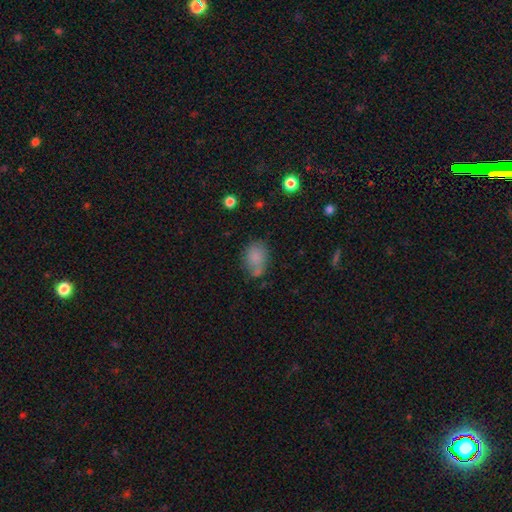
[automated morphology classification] A smooth galaxy with no disk features (81%) that is in between round and cigar-shaped (74%).

Vote fractions:
- Smooth or featured? smooth: 81% / star or artifact: 10% / featured or disk: 9%
- How rounded? in between: 74% / round: 24% / cigar-shaped: 1%
- Merging? none: 57% / minor disturbance: 24% / merger: 10% / major disturbance: 9%